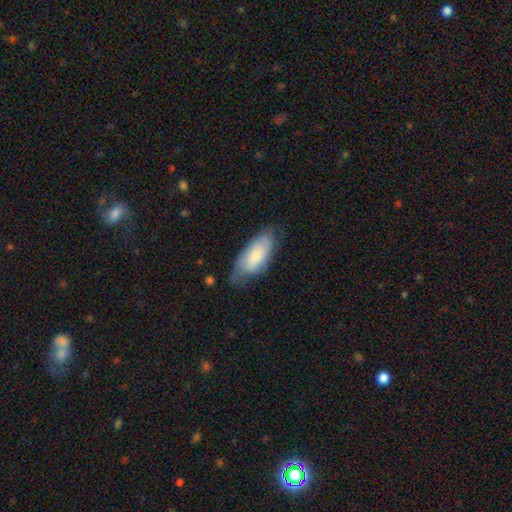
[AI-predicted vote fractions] Overall: smooth (74%). How rounded: in between (85%). Merging: none (60%; minor disturbance 30%).